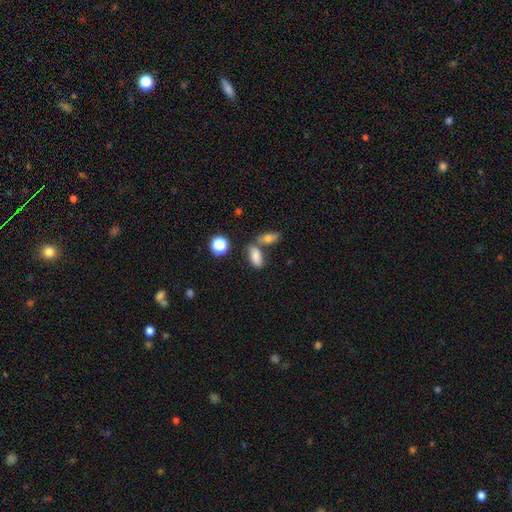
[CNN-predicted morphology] This is likely a smooth galaxy (79%). How rounded: clearly in between (84%). Merging: possibly none (51%).